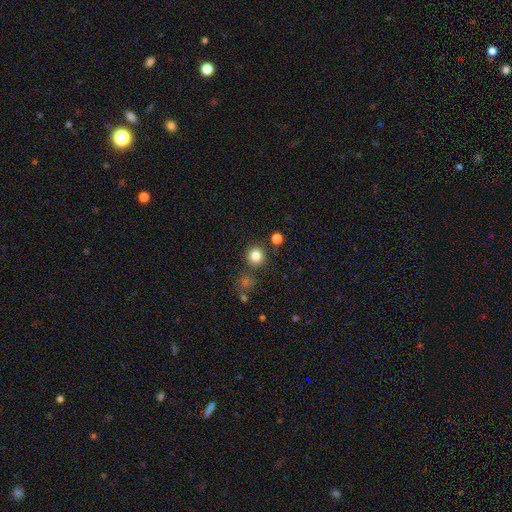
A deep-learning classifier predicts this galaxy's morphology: Smooth or featured?
  - smooth: 82% *
  - star or artifact: 12%
  - featured or disk: 6%
How rounded?
  - round: 92% *
  - in between: 7%
  - cigar-shaped: 1%
Merging?
  - none: 84% *
  - minor disturbance: 8%
  - merger: 6%
  - major disturbance: 3%